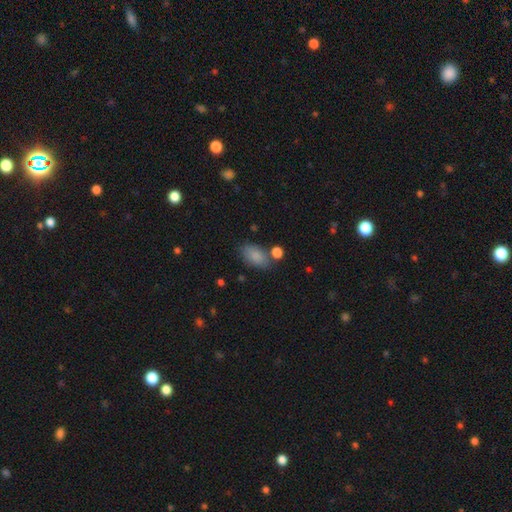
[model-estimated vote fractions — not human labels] Q: Smooth or featured?
A: smooth (85%); runner-up: star or artifact (8%)
Q: How rounded?
A: in between (91%); runner-up: round (6%)
Q: Merging?
A: none (71%); runner-up: minor disturbance (16%)